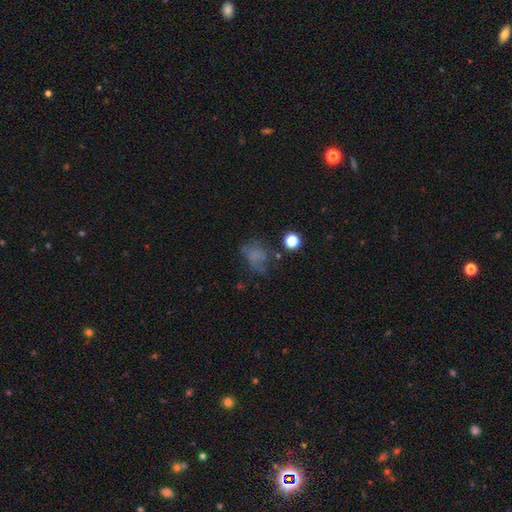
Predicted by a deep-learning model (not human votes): A smooth galaxy with no disk features (56%) that is in between round and cigar-shaped (55%).

Vote fractions:
- Smooth or featured? smooth: 56% / featured or disk: 22% / star or artifact: 22%
- How rounded? in between: 55% / round: 43% / cigar-shaped: 2%
- Merging? none: 43% / major disturbance: 28% / minor disturbance: 24% / merger: 5%